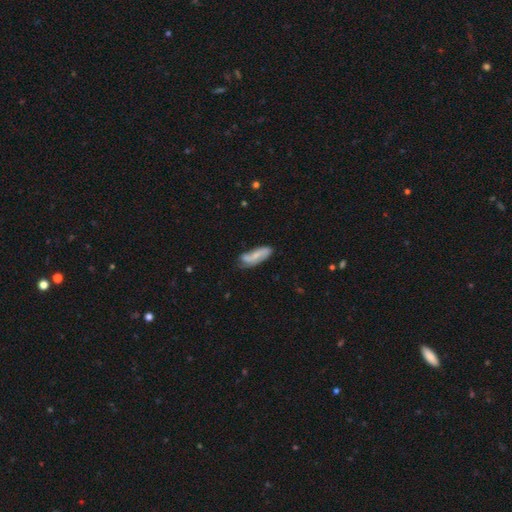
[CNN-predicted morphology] Smooth or featured?
  - featured or disk: 48% *
  - smooth: 46%
  - star or artifact: 7%
Merging?
  - none: 58% *
  - minor disturbance: 29%
  - major disturbance: 8%
  - merger: 5%